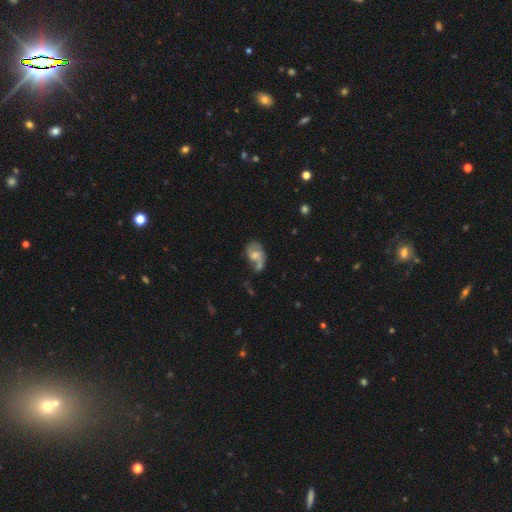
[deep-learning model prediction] Smooth or featured? featured or disk (53%)
Edge-on disk? no (97%)
Bar? no (63%)
Spiral arms? yes (69%)
Bulge size? moderate (39%)
Merging? none (31%)